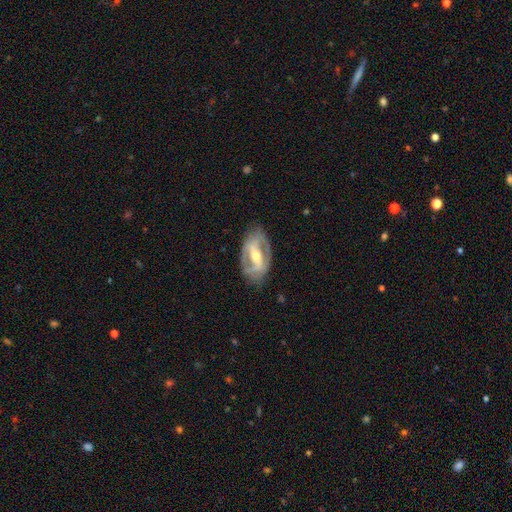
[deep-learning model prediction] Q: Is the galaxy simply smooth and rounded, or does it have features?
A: featured or disk — 80%.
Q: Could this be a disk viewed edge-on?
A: no — 92%.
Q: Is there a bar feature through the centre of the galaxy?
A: strong — 61%.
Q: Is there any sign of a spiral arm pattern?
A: yes — 68%.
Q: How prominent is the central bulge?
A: moderate — 66%.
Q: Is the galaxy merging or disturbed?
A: none — 76%.